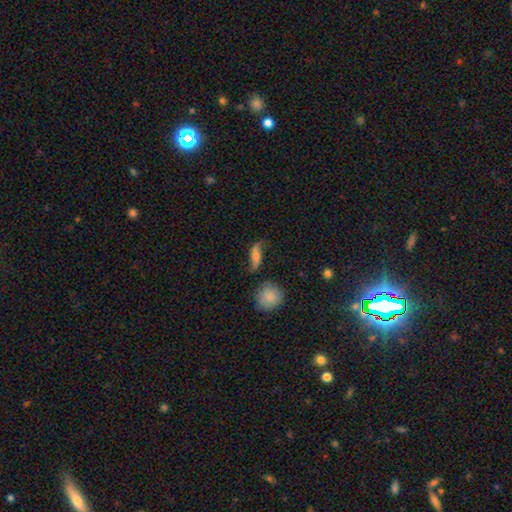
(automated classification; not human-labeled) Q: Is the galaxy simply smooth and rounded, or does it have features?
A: featured or disk — 55%.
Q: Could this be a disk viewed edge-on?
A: no — 80%.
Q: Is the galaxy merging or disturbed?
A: none — 65%.